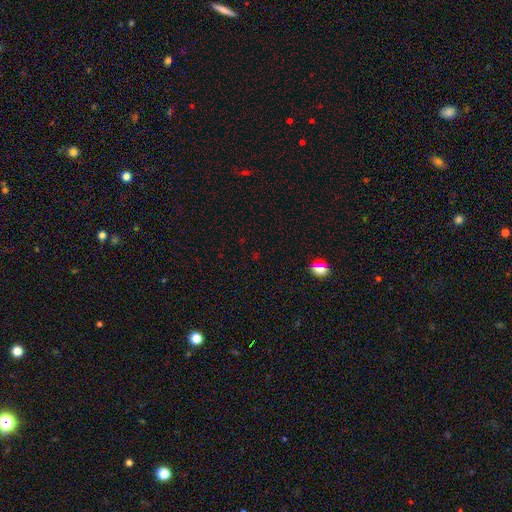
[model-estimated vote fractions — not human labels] Smooth or featured? star or artifact (65%)